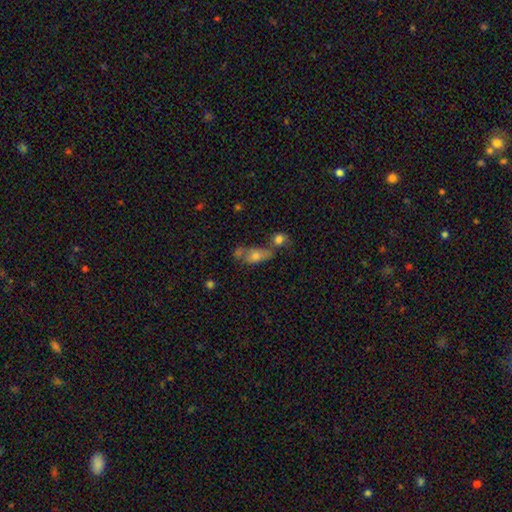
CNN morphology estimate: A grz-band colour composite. It shows a smooth galaxy with no disk features (63%) that is in between round and cigar-shaped (74%). Merging: merger (41%).